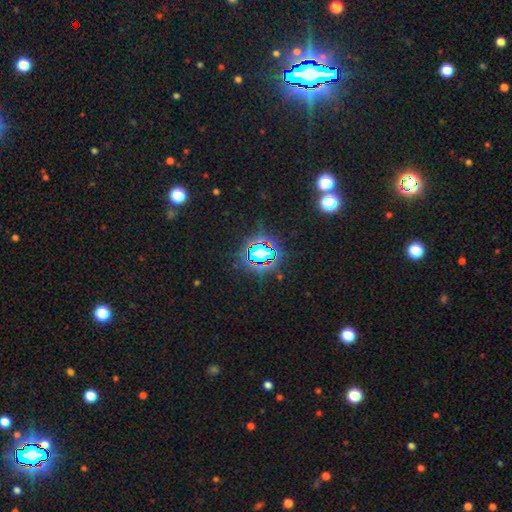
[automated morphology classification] This appears to be a star or artifact, not a galaxy (83%).